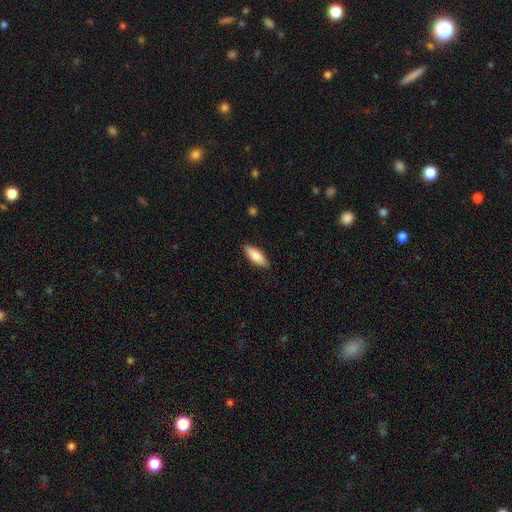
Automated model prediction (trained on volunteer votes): This is clearly a smooth galaxy (83%). How rounded: likely in between (70%). Merging: clearly none (88%).